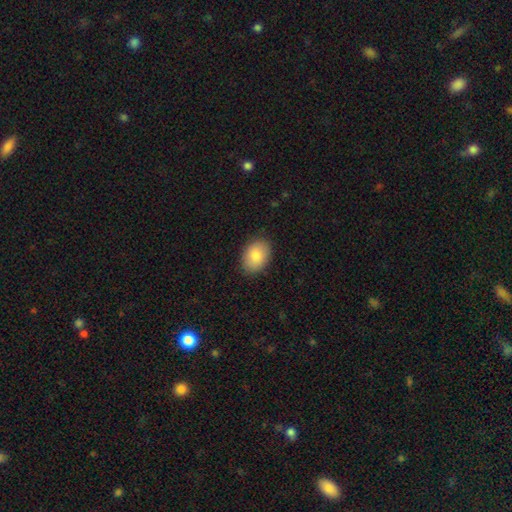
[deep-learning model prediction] smooth-or-featured: smooth: 85% | featured or disk: 8% | star or artifact: 6%
  how-rounded: in between: 80% | round: 19% | cigar-shaped: 1%
  merging: none: 87% | minor disturbance: 10% | major disturbance: 2% | merger: 1%